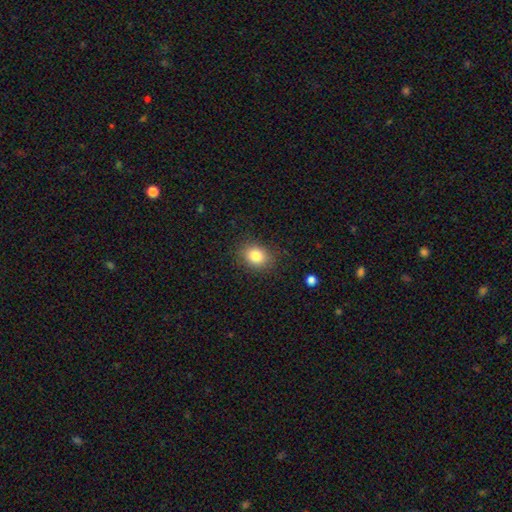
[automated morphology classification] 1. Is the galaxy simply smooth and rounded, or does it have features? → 83% smooth, 10% star or artifact, 7% featured or disk.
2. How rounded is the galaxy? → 51% in between, 48% round, 1% cigar-shaped.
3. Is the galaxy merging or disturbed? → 85% none, 11% minor disturbance, 3% major disturbance, 1% merger.